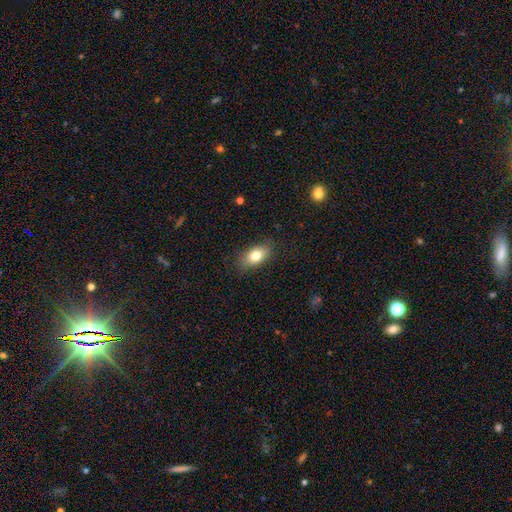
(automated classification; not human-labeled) Smooth or featured? smooth (79%)
How rounded? in between (86%)
Merging? none (84%)